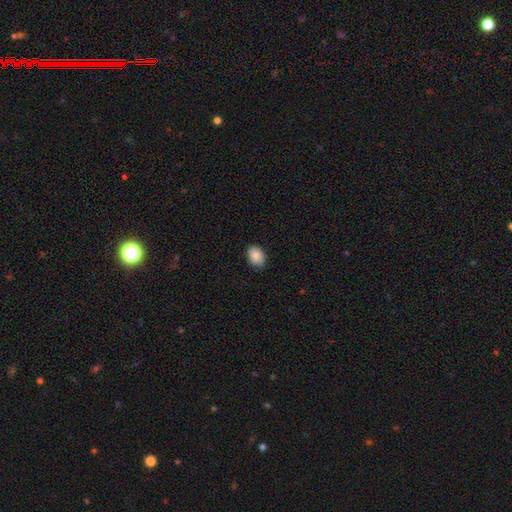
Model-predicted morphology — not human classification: Smooth or featured? smooth (88%)
How rounded? in between (77%)
Merging? none (76%)